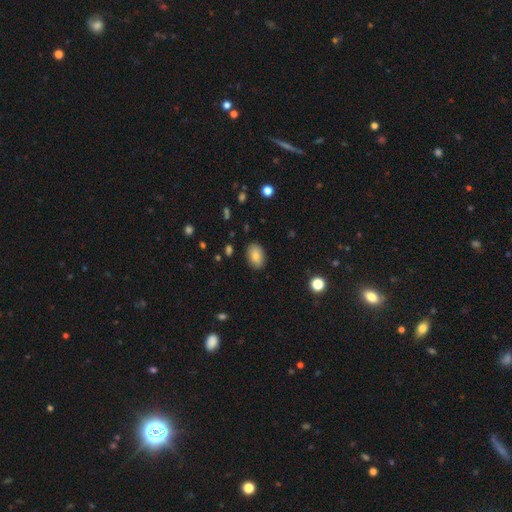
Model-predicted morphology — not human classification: smooth 83%, featured or disk 9%, star or artifact 8%. Down the decision tree: how rounded — in between (87%); merging — none (87%).